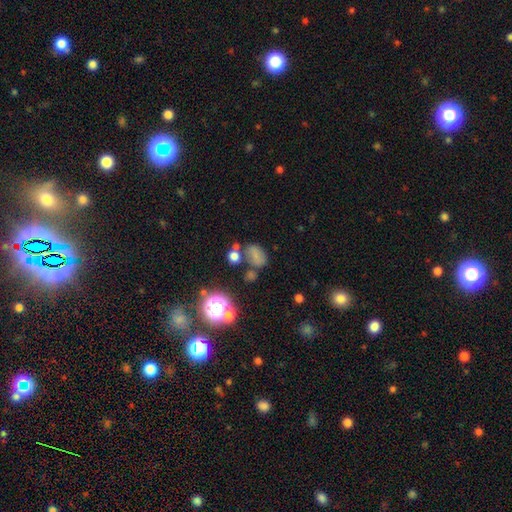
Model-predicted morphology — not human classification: Smooth or featured? Predicted: smooth (p=0.62). How rounded? Predicted: in between (p=0.69). Merging? Predicted: none (p=0.55).